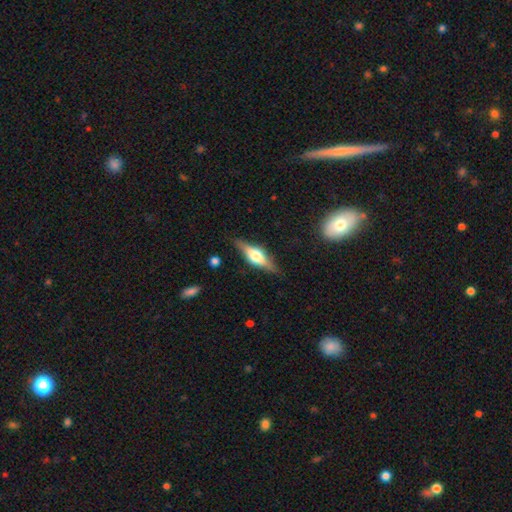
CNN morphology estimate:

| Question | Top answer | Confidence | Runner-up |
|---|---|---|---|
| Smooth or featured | featured or disk | 66% | smooth (27%) |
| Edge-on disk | yes | 95% | no (5%) |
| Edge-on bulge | rounded | 90% | boxy (8%) |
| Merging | none | 85% | minor disturbance (11%) |